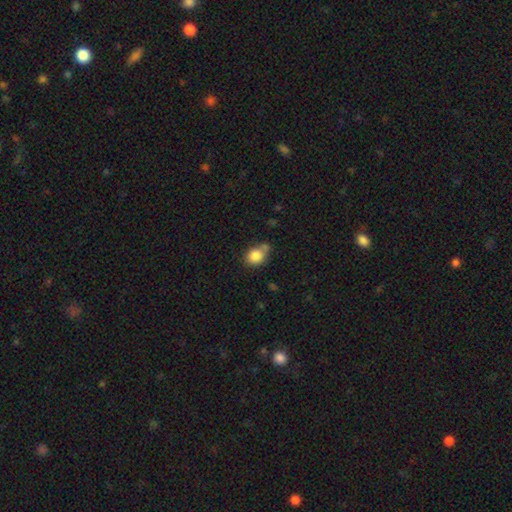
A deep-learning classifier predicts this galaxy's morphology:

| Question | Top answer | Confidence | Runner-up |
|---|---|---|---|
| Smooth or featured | smooth | 83% | star or artifact (9%) |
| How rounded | round | 57% | in between (42%) |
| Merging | none | 55% | minor disturbance (23%) |